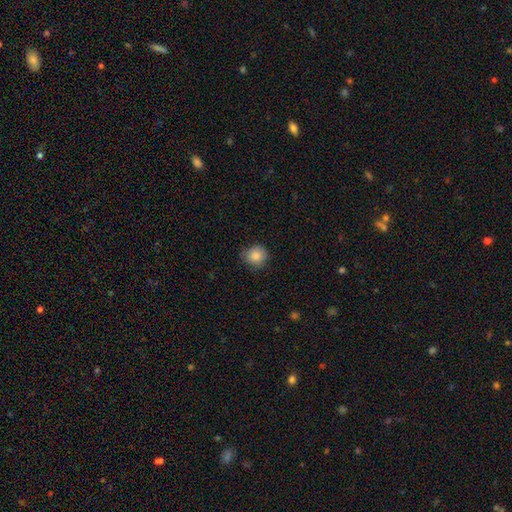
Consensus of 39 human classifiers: Overall: smooth (97%). How rounded: round (92%). Merging: none (82%).